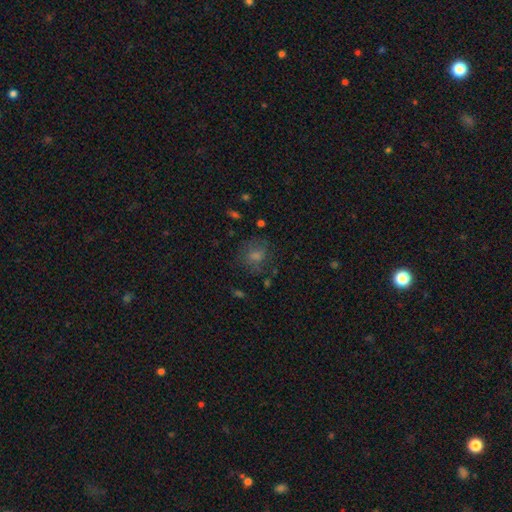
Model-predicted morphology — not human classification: The model was most divided on "smooth or featured": smooth: 52%, star or artifact: 28%, featured or disk: 20%. More confident: merging — none (74%); how rounded — round (72%).